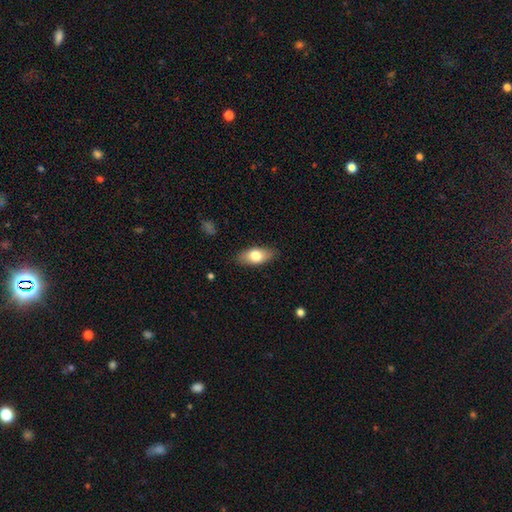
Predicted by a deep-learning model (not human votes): Smooth or featured? smooth (76%)
How rounded? in between (88%)
Merging? none (86%)